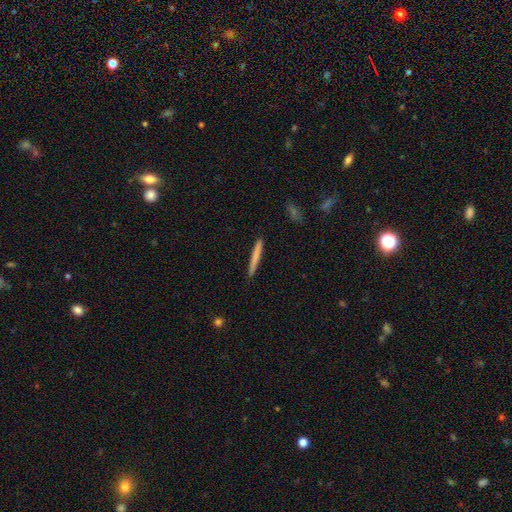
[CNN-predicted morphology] smooth-or-featured: smooth: 72% | featured or disk: 23% | star or artifact: 6%
  how-rounded: cigar-shaped: 97% | in between: 2% | round: 1%
  merging: none: 91% | minor disturbance: 7% | major disturbance: 1% | merger: 1%